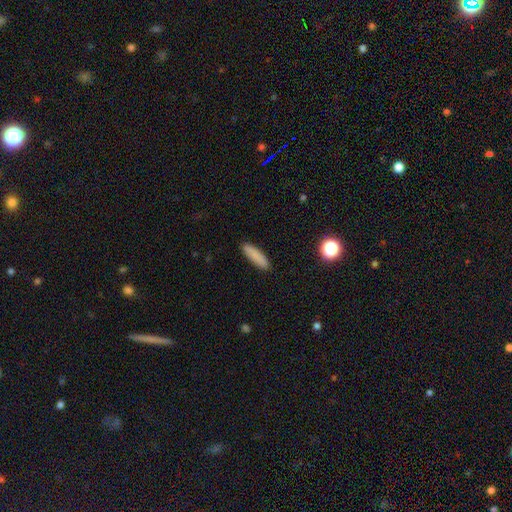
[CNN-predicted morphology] Overall: smooth (85%). How rounded: cigar-shaped (68%; in between 30%). Merging: none (89%).